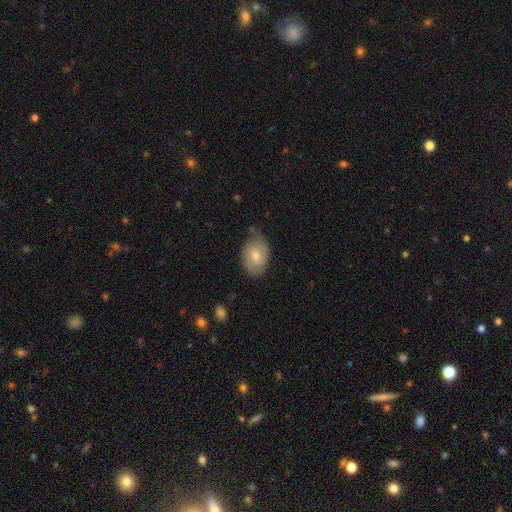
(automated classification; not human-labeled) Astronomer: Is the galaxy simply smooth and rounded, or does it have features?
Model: smooth — 62%.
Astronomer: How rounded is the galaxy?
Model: in between — 82%.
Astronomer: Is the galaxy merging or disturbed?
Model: none — 67%.